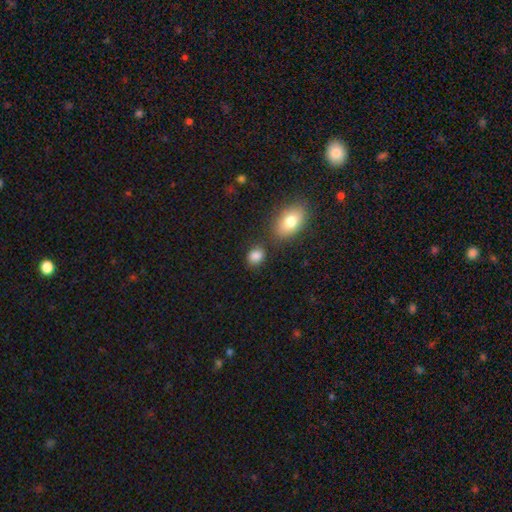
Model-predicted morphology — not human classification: Overall: smooth (86%). How rounded: in between (58%; round 41%). Merging: none (71%).